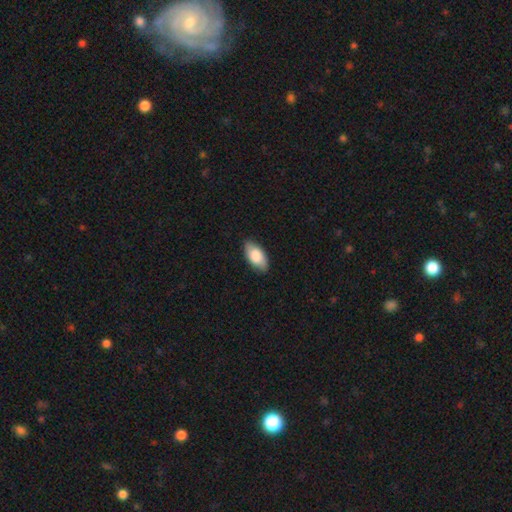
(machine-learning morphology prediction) Overall: smooth (83%). How rounded: in between (94%). Merging: none (85%).